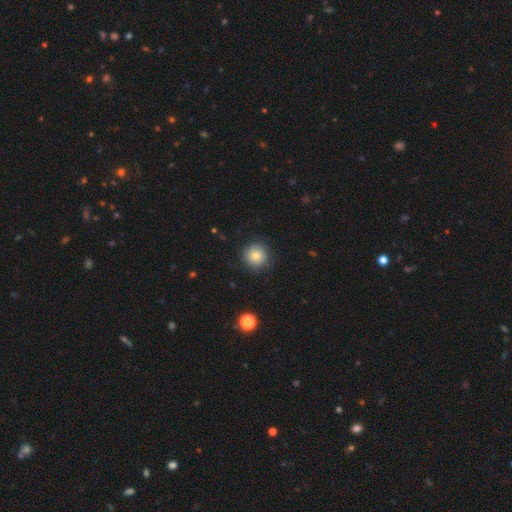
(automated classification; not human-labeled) Overall: smooth (78%). How rounded: round (94%). Merging: none (87%).